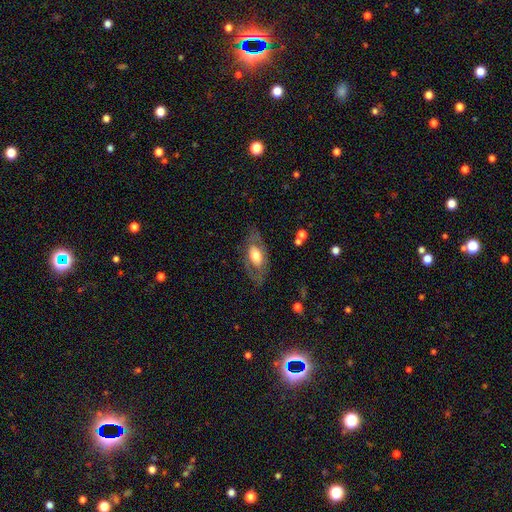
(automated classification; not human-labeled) A featured or disk galaxy (50%). Merging: none (75%).